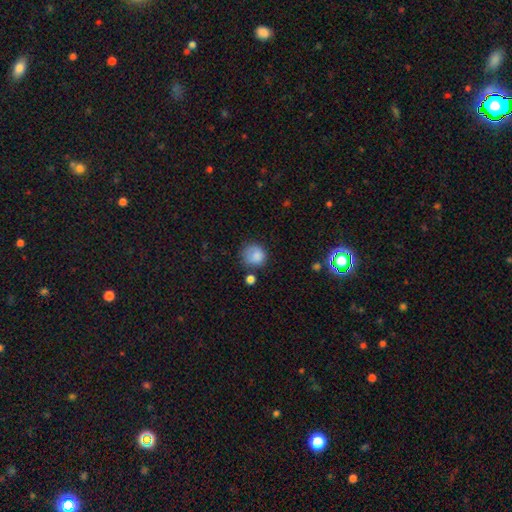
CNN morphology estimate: A smooth galaxy with no disk features (84%) that is round (85%). Merging: none (62%).